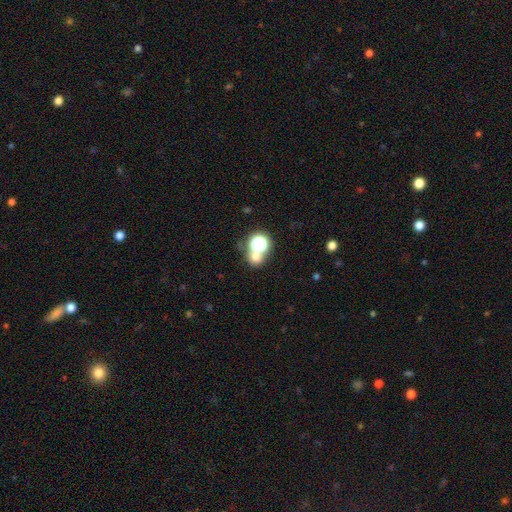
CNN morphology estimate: Q: Smooth or featured?
A: smooth (60%); runner-up: star or artifact (30%)
Q: How rounded?
A: round (79%); runner-up: in between (20%)
Q: Merging?
A: none (53%); runner-up: merger (35%)